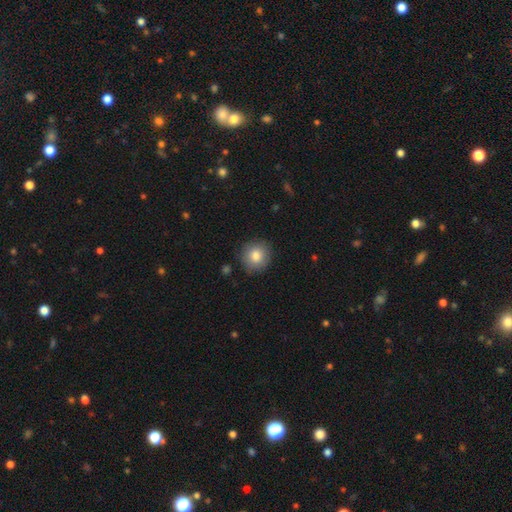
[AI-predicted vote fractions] This is clearly a smooth galaxy (83%). How rounded: clearly round (89%). Merging: clearly none (87%).